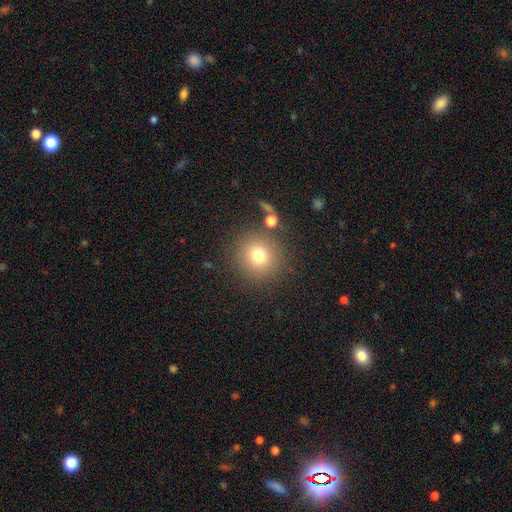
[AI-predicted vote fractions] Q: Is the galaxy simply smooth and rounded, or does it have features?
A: smooth — 61%.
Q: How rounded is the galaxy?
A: round — 94%.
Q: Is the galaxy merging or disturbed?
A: none — 86%.